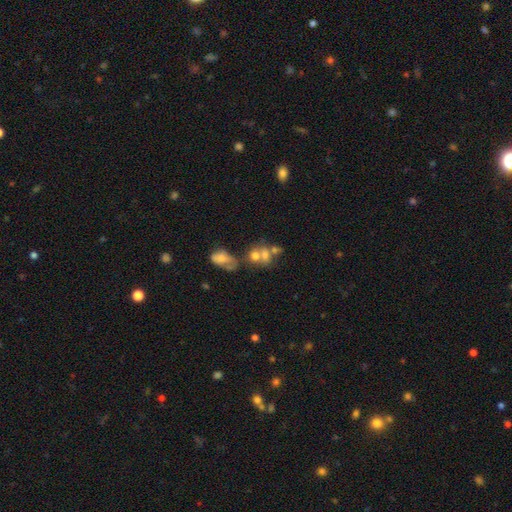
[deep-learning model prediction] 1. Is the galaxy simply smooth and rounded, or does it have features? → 59% smooth, 26% featured or disk, 15% star or artifact.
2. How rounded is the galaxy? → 51% round, 47% in between, 2% cigar-shaped.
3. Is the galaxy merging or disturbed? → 58% merger, 23% none, 10% minor disturbance, 9% major disturbance.